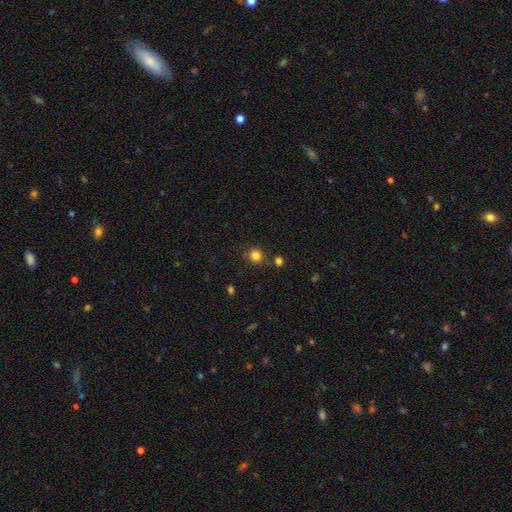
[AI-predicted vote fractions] A smooth galaxy with no disk features (82%) that is round (85%). Merging: none (77%).